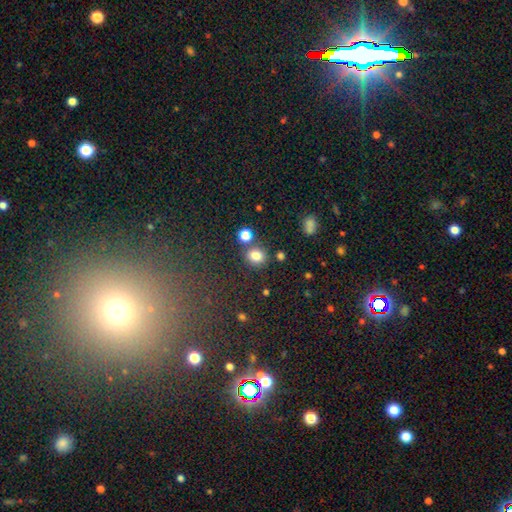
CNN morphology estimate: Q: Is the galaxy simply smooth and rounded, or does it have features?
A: smooth — 80%.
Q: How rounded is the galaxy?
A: round — 76%.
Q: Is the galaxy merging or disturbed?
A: none — 75%.